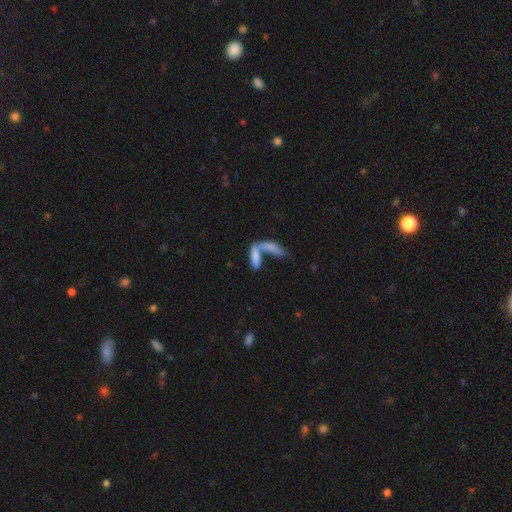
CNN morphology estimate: type=smooth (72%); roundness=cigar-shaped (61%); merging=merger (63%).